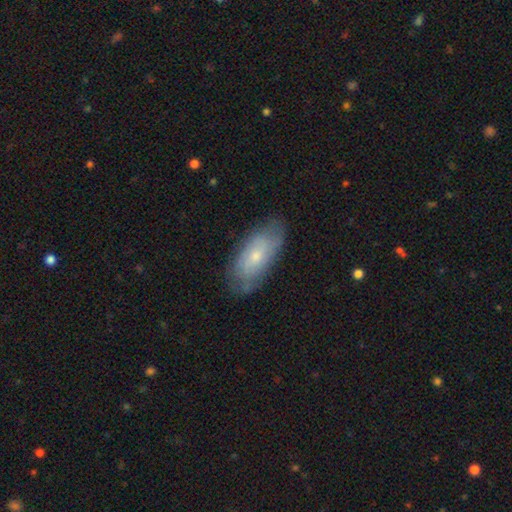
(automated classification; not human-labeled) Overall: smooth (55%; featured or disk 38%). How rounded: in between (87%). Merging: none (72%).